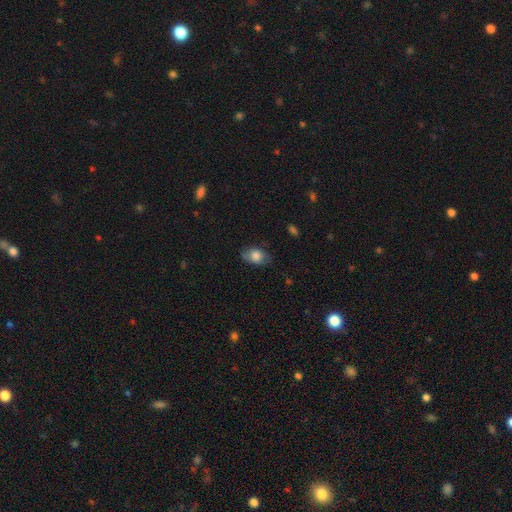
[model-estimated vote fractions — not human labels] Overall: smooth (77%). How rounded: in between (82%). Merging: none (71%).